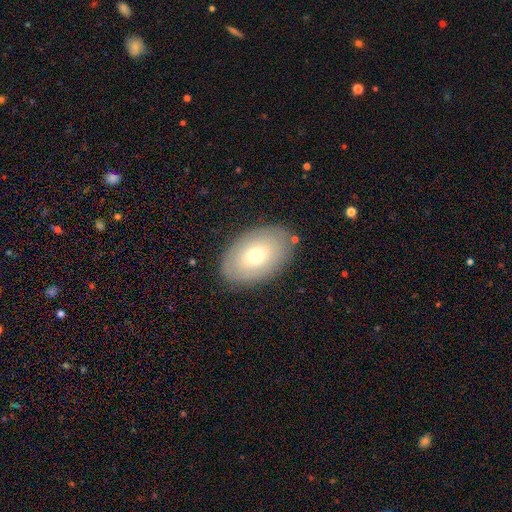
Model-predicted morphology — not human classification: Smooth or featured: smooth — 65% (featured or disk — 26%)
How rounded: in between — 88% (round — 11%)
Merging: none — 84% (minor disturbance — 11%)